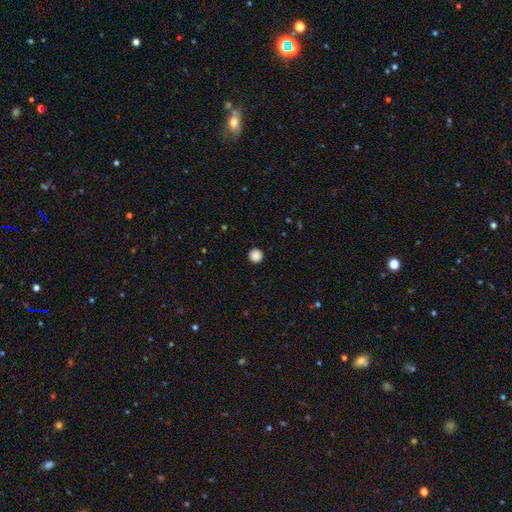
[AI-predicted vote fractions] smooth-or-featured: smooth: 88% | star or artifact: 10% | featured or disk: 2%
  how-rounded: round: 96% | in between: 3% | cigar-shaped: 1%
  merging: none: 93% | minor disturbance: 4% | major disturbance: 2% | merger: 1%